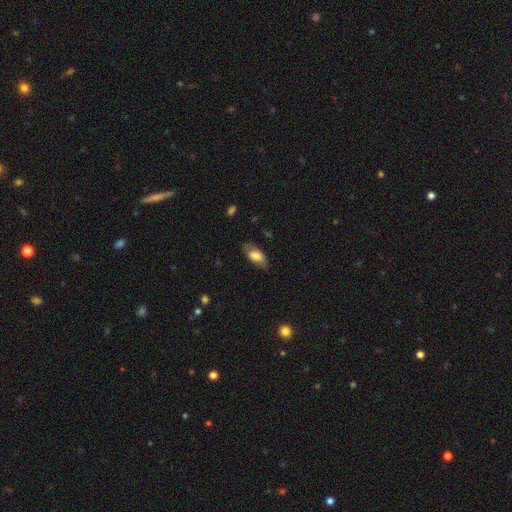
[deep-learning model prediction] Morphology: type=smooth (71%); roundness=in between (89%); merging=none (66%).